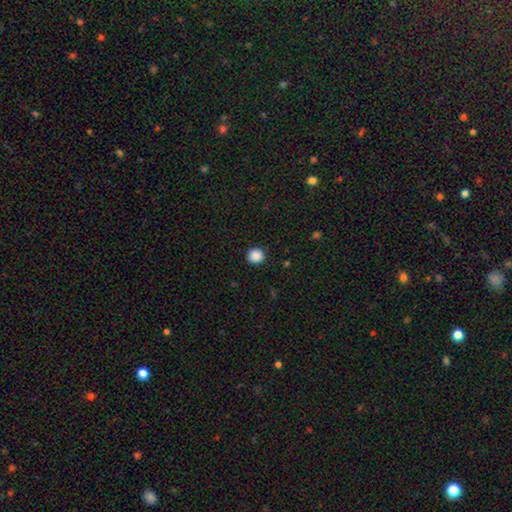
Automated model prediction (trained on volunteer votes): smooth_or_featured: smooth (p=0.88) [alt: star or artifact p=0.10]
how_rounded: round (p=0.91) [alt: in between p=0.08]
merging: none (p=0.91) [alt: minor disturbance p=0.06]